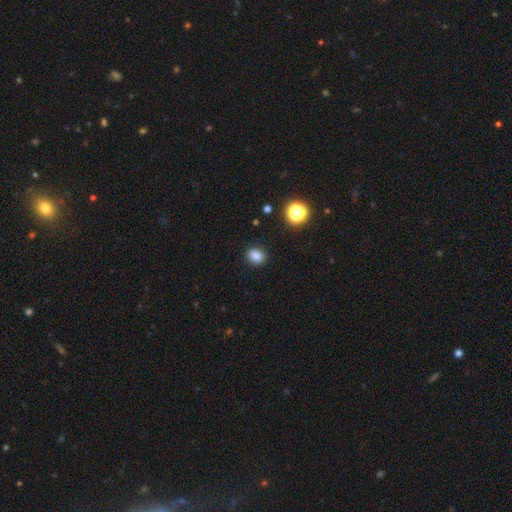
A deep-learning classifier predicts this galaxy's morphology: Smooth or featured? smooth (84%)
How rounded? round (52%)
Merging? none (90%)